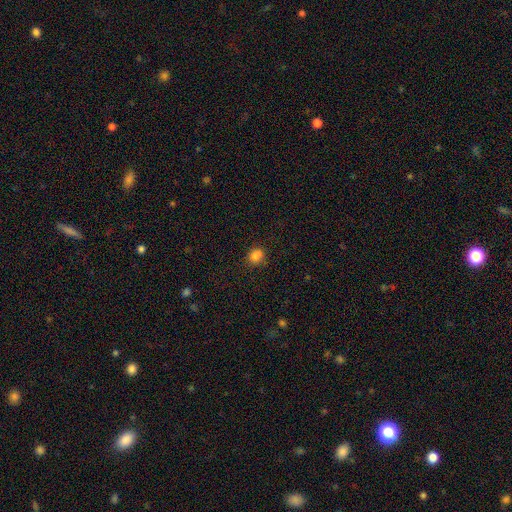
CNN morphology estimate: A smooth galaxy with no disk features (84%) that is round (59%).

Vote fractions:
- Smooth or featured? smooth: 84% / star or artifact: 12% / featured or disk: 4%
- How rounded? round: 59% / in between: 40% / cigar-shaped: 1%
- Merging? none: 82% / minor disturbance: 13% / major disturbance: 3% / merger: 2%